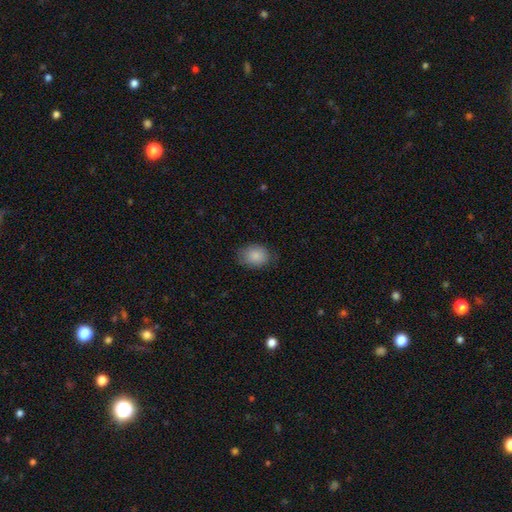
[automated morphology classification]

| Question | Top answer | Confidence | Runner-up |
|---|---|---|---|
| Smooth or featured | smooth | 88% | star or artifact (7%) |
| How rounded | in between | 64% | round (35%) |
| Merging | none | 76% | minor disturbance (19%) |